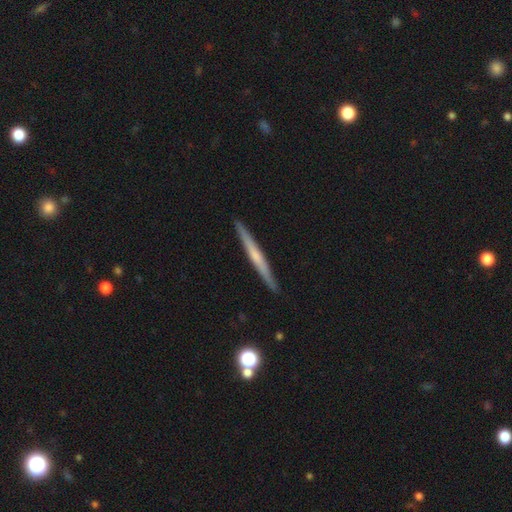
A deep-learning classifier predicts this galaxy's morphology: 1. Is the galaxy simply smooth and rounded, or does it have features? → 58% featured or disk, 36% smooth, 6% star or artifact.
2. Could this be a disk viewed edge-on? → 97% yes, 3% no.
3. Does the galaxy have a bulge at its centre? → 58% none, 35% rounded, 7% boxy.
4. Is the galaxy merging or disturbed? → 92% none, 6% minor disturbance, 1% major disturbance, 1% merger.